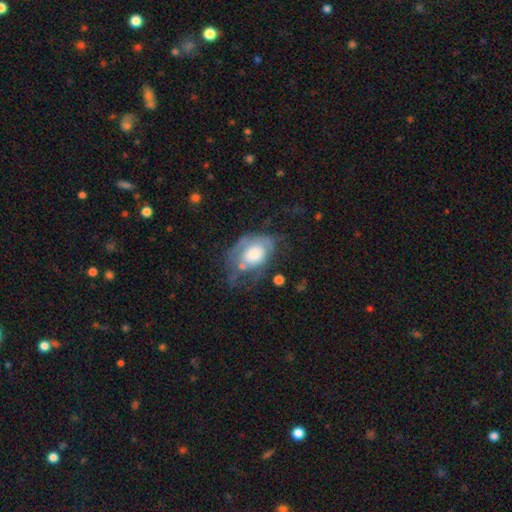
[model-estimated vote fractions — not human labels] Q: Smooth or featured?
A: featured or disk (56%); runner-up: smooth (36%)
Q: Edge-on disk?
A: no (95%); runner-up: yes (5%)
Q: Bar?
A: no (82%); runner-up: weak (15%)
Q: Spiral arms?
A: yes (56%); runner-up: no (44%)
Q: Bulge size?
A: moderate (40%); tied with: large (40%)
Q: Merging?
A: none (39%); runner-up: major disturbance (30%)